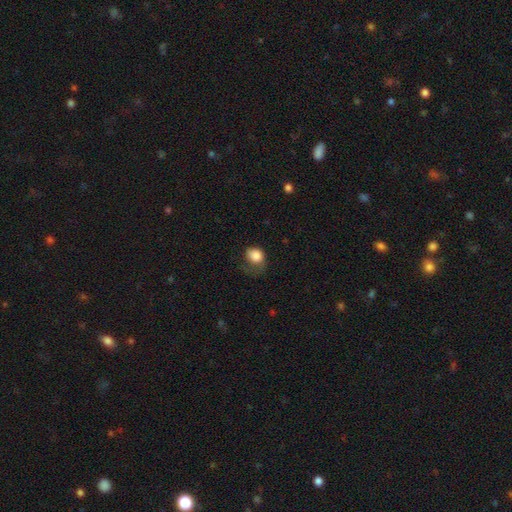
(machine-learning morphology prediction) A smooth galaxy with no disk features (82%) that is round (58%). Merging: major disturbance (35%).